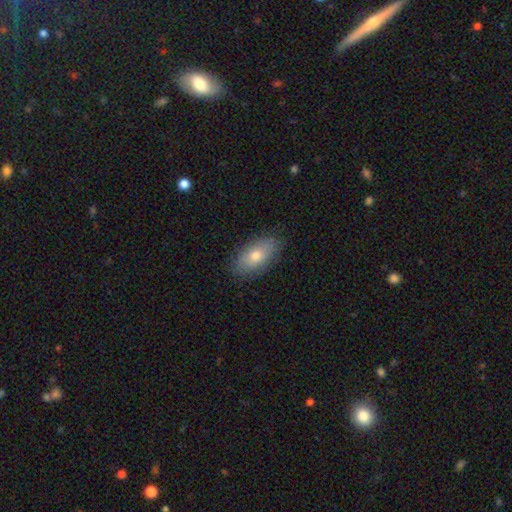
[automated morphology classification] type=smooth (72%); roundness=in between (89%); merging=none (84%).